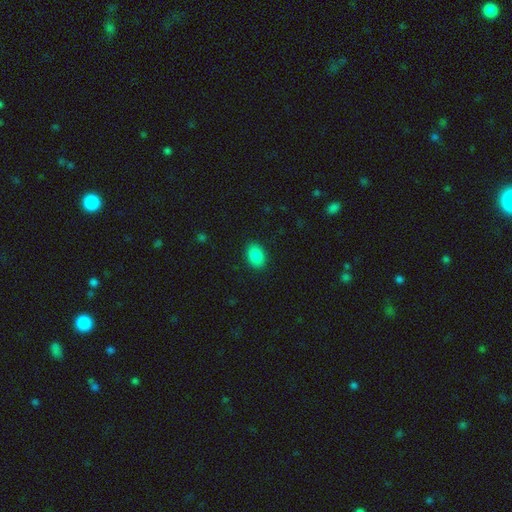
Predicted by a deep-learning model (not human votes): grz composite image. It shows a smooth galaxy with no disk features (88%) that is in between round and cigar-shaped (82%). Merging: none (89%).